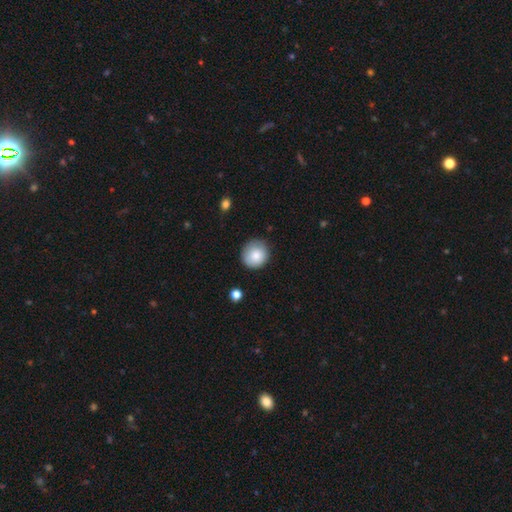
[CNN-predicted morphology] type=smooth (83%); roundness=round (90%); merging=none (83%).